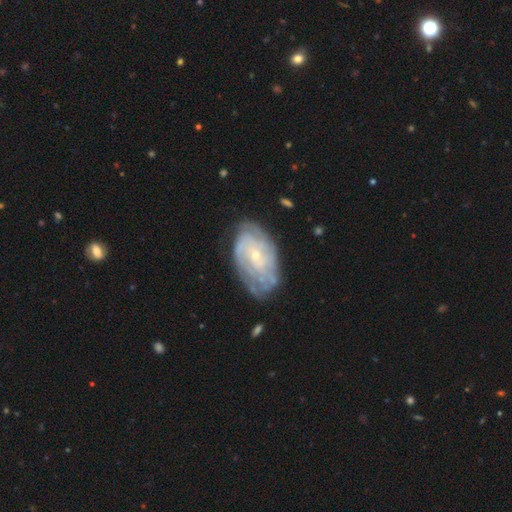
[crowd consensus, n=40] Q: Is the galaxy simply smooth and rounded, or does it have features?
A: featured or disk — 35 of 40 (88%).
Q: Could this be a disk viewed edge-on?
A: no — 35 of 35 (100%).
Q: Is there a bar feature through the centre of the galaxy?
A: no — 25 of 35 (71%).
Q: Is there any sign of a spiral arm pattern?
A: yes — 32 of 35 (91%).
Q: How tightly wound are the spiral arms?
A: tight — 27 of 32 (84%).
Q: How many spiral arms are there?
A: can't tell — 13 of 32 (41%).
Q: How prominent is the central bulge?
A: small — 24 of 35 (69%).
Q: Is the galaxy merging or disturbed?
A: none — 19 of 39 (49%).